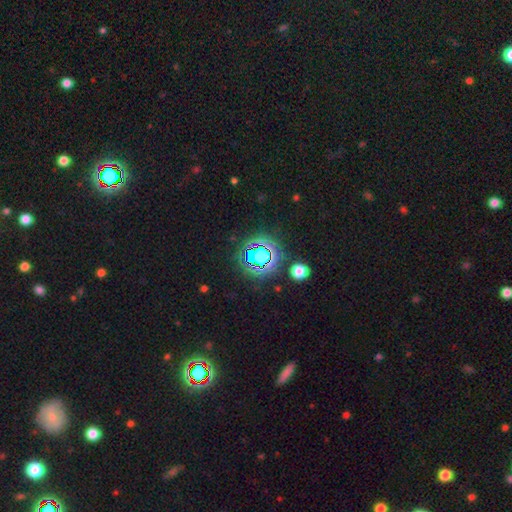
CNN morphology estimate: smooth_or_featured: star or artifact (p=0.80) [alt: smooth p=0.12]